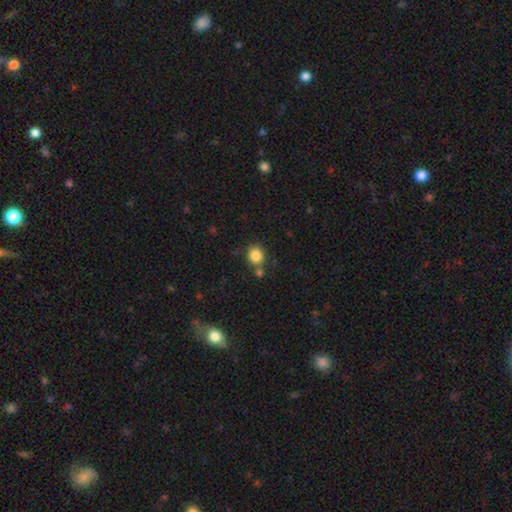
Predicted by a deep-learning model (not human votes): Smooth or featured: smooth — 84% (star or artifact — 10%)
How rounded: round — 76% (in between — 23%)
Merging: none — 71% (merger — 15%)